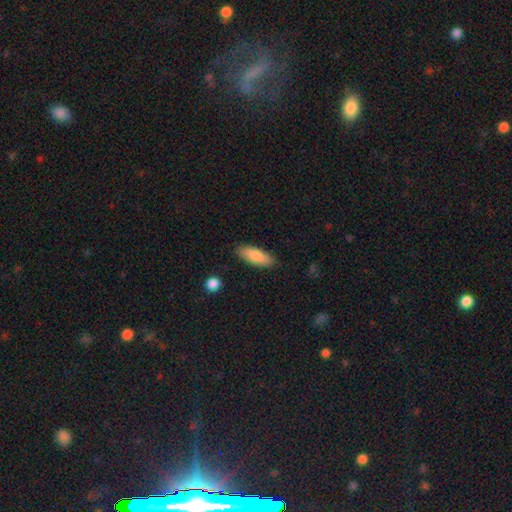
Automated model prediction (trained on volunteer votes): Overall: smooth (83%). How rounded: in between (65%; cigar-shaped 33%). Merging: none (86%).